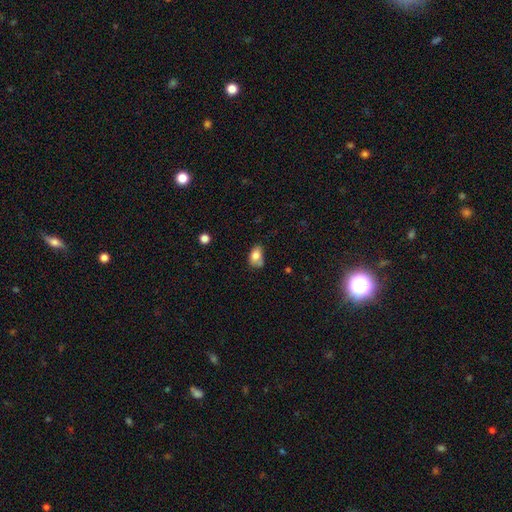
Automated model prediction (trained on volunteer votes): Smooth or featured? smooth (79%)
How rounded? in between (82%)
Merging? none (45%)